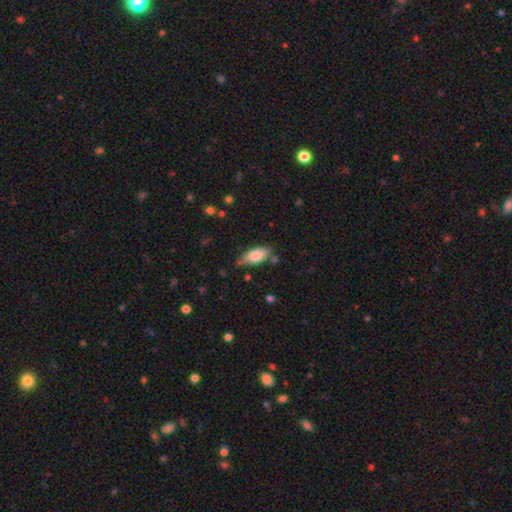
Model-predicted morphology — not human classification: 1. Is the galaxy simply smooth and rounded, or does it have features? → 80% smooth, 14% featured or disk, 6% star or artifact.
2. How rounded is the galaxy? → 85% in between, 13% cigar-shaped, 2% round.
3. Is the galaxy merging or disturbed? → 68% none, 23% minor disturbance, 5% major disturbance, 4% merger.